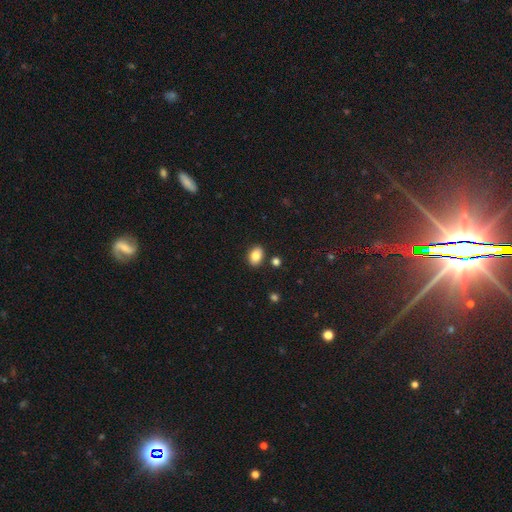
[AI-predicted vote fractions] Smooth or featured? smooth (85%)
How rounded? in between (80%)
Merging? none (85%)